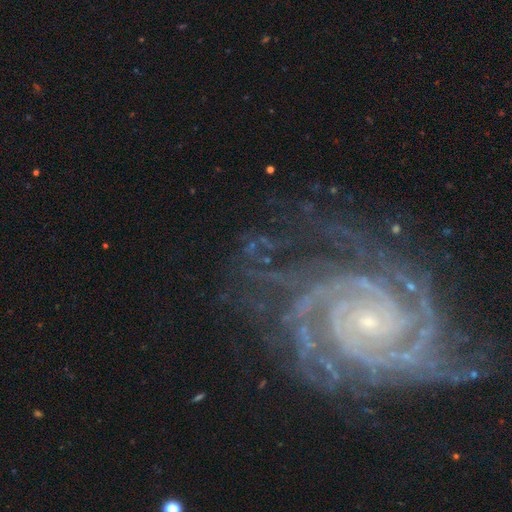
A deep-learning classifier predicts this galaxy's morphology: A featured or disk galaxy (90%) with no bar (66%), 2 (25%) tight (79%) spiral arms (98%) and a small central bulge (85%). Merging: none (70%).